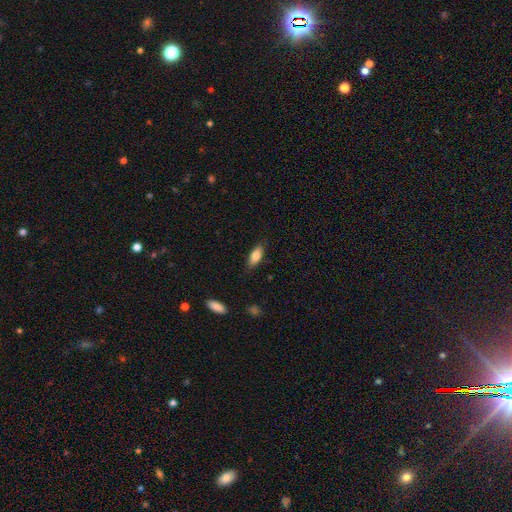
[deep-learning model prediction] A smooth galaxy with no disk features (81%) that is in between round and cigar-shaped (80%). Merging: none (83%).